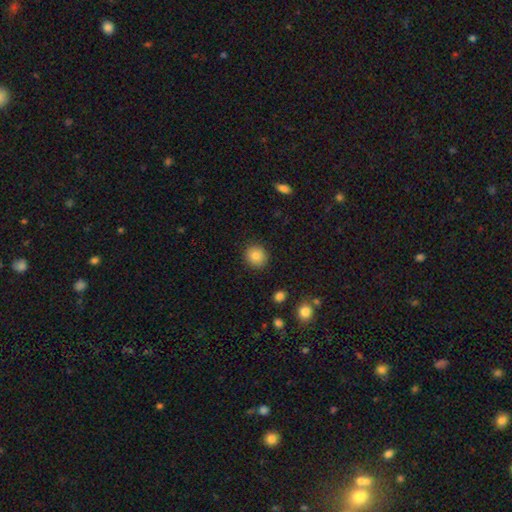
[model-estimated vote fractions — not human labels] This is clearly a smooth galaxy (85%). How rounded: clearly round (86%). Merging: clearly none (90%).